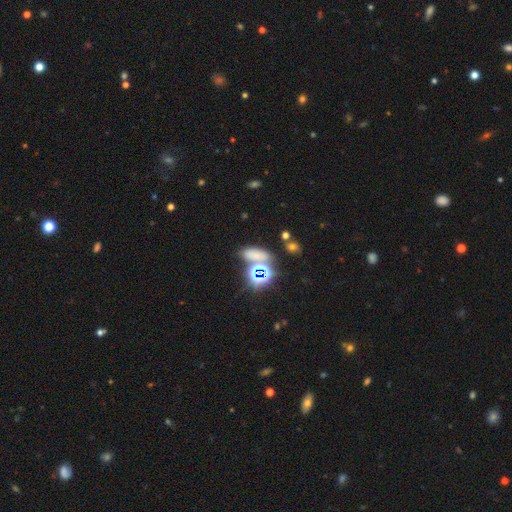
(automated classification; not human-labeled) smooth_or_featured: smooth (p=0.54) [alt: star or artifact p=0.37]
how_rounded: in between (p=0.68) [alt: round p=0.19]
merging: none (p=0.60) [alt: merger p=0.20]